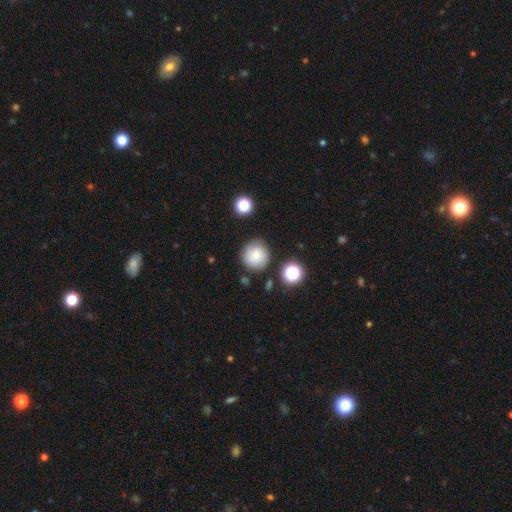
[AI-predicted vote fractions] This appears to be a smooth galaxy with no disk features (79%) that is round (93%). Merging: none (81%).